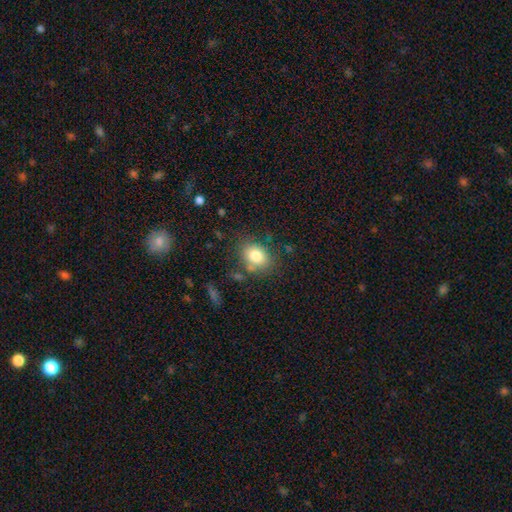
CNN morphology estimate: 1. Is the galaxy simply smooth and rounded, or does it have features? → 80% smooth, 10% featured or disk, 10% star or artifact.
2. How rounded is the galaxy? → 62% in between, 37% round, 1% cigar-shaped.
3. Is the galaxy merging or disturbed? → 72% none, 16% minor disturbance, 6% merger, 6% major disturbance.